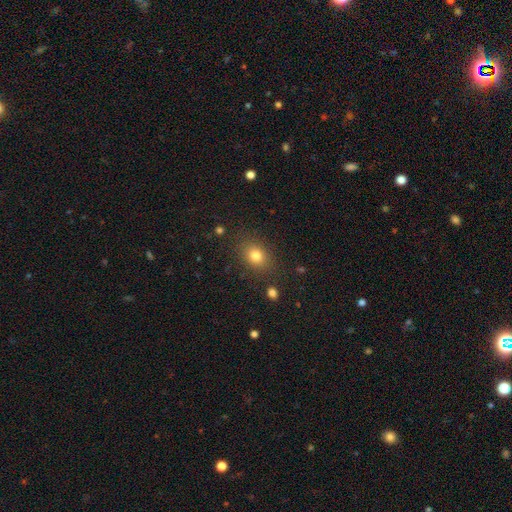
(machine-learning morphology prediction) The model was most divided on "how rounded": in between: 55%, round: 44%, cigar-shaped: 1%. More confident: merging — none (83%); smooth or featured — smooth (79%).